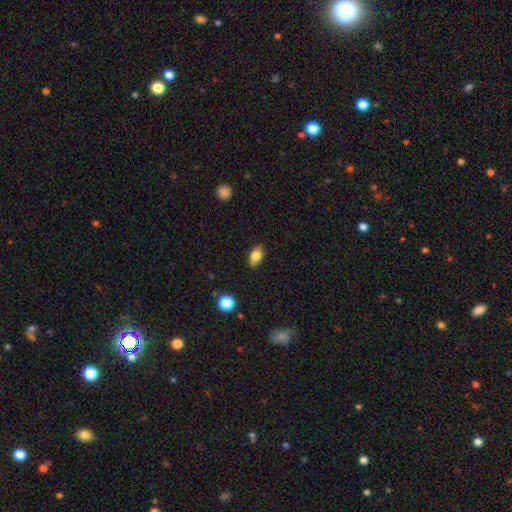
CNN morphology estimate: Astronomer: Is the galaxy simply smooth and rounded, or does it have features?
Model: smooth — 81%.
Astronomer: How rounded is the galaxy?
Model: in between — 90%.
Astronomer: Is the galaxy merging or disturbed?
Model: none — 86%.